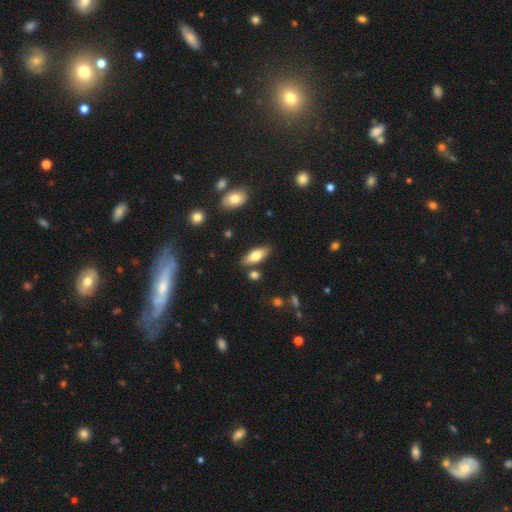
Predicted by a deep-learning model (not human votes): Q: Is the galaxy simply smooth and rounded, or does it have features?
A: smooth — 75%.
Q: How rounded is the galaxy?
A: in between — 80%.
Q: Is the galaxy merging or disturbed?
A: none — 81%.